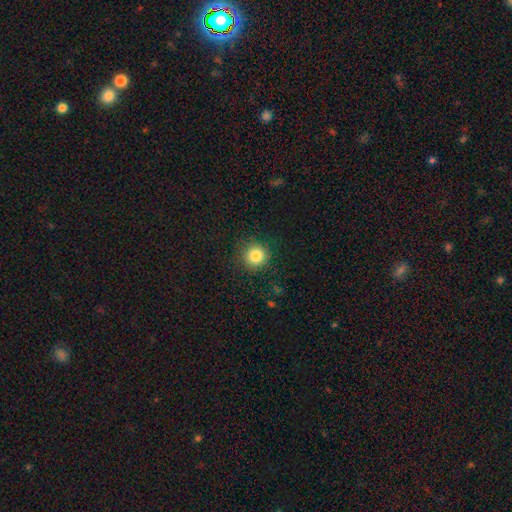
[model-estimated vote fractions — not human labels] smooth_or_featured: smooth (p=0.84) [alt: star or artifact p=0.11]
how_rounded: round (p=0.94) [alt: in between p=0.05]
merging: none (p=0.89) [alt: minor disturbance p=0.08]